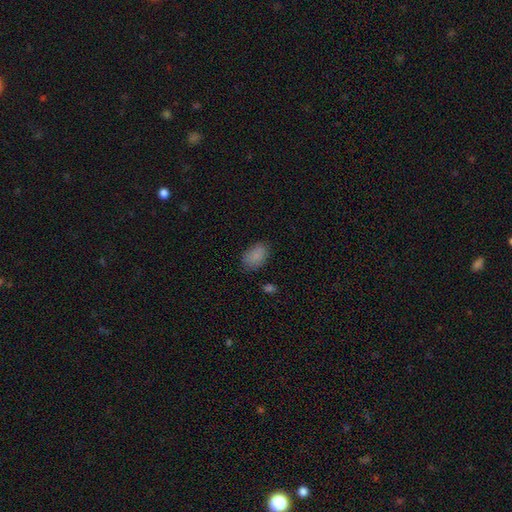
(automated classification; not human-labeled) smooth_or_featured: smooth (p=0.86) [alt: star or artifact p=0.09]
how_rounded: in between (p=0.90) [alt: round p=0.09]
merging: none (p=0.78) [alt: minor disturbance p=0.16]